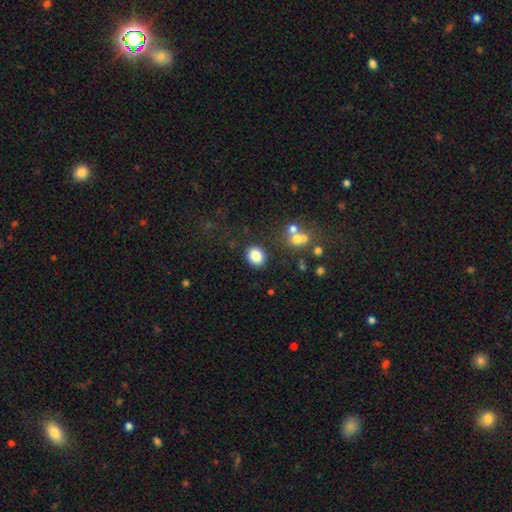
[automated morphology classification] smooth 83%, star or artifact 10%, featured or disk 7%. Down the decision tree: how rounded — round (57%); merging — none (83%).